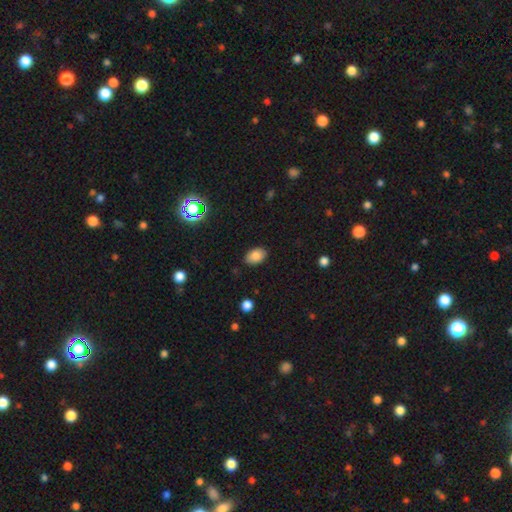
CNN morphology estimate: This is clearly a smooth galaxy (84%). How rounded: clearly in between (87%). Merging: clearly none (86%).